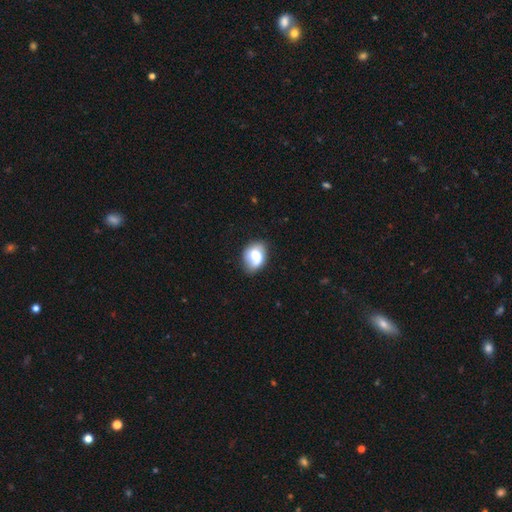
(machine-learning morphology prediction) Smooth or featured: smooth — 61% (featured or disk — 31%)
How rounded: in between — 66% (round — 33%)
Merging: none — 67% (minor disturbance — 24%)